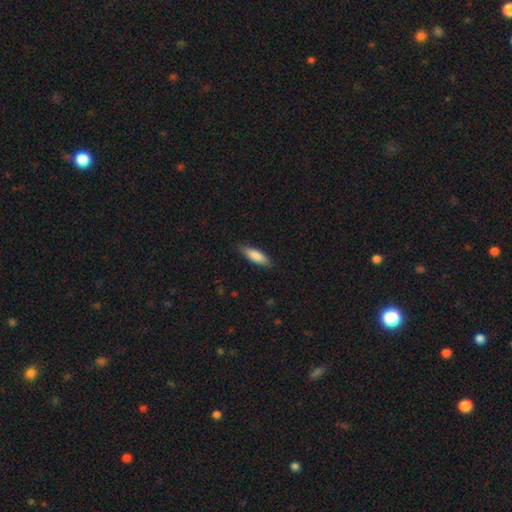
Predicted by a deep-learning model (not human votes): smooth_or_featured: smooth (p=0.84) [alt: featured or disk p=0.10]
how_rounded: in between (p=0.51) [alt: cigar-shaped p=0.47]
merging: none (p=0.84) [alt: minor disturbance p=0.13]